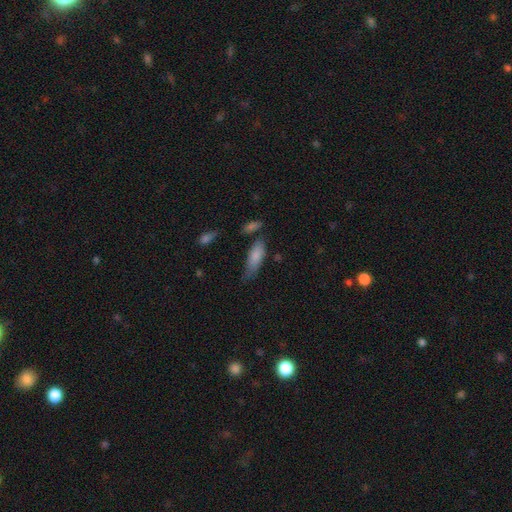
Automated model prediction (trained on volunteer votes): Overall: smooth (79%). How rounded: in between (69%). Merging: none (51%; minor disturbance 32%).